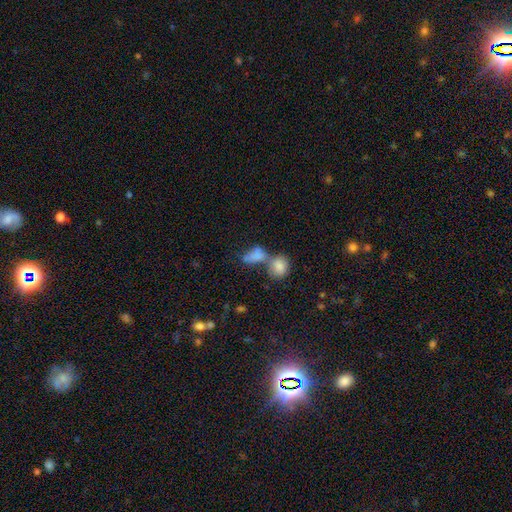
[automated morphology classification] smooth-or-featured: smooth: 76% | featured or disk: 13% | star or artifact: 10%
  how-rounded: in between: 77% | round: 18% | cigar-shaped: 5%
  merging: merger: 61% | none: 21% | minor disturbance: 10% | major disturbance: 8%